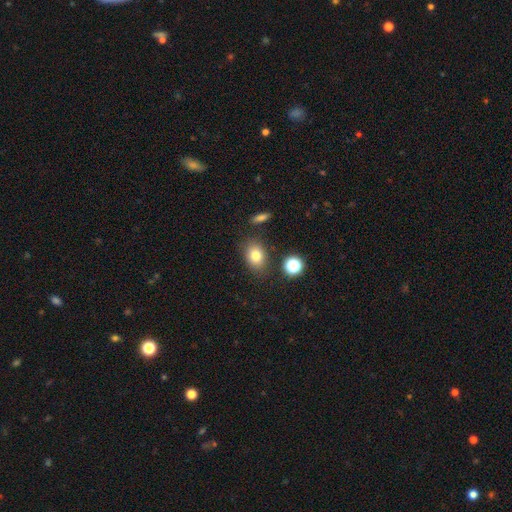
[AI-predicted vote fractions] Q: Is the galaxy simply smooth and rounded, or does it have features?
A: smooth — 79%.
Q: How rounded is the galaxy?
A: in between — 66%.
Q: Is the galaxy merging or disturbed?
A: none — 80%.